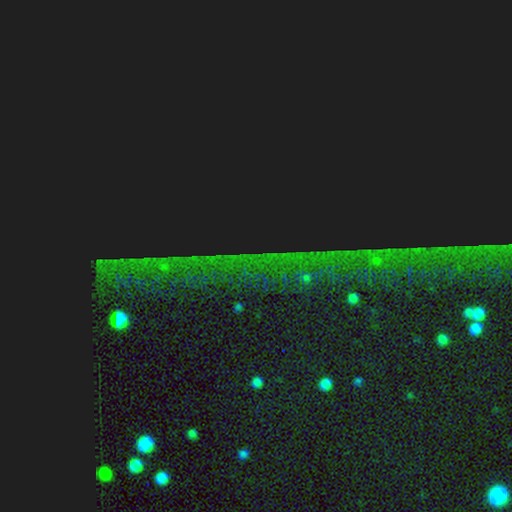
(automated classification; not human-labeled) A star or artifact, not a galaxy (86%).